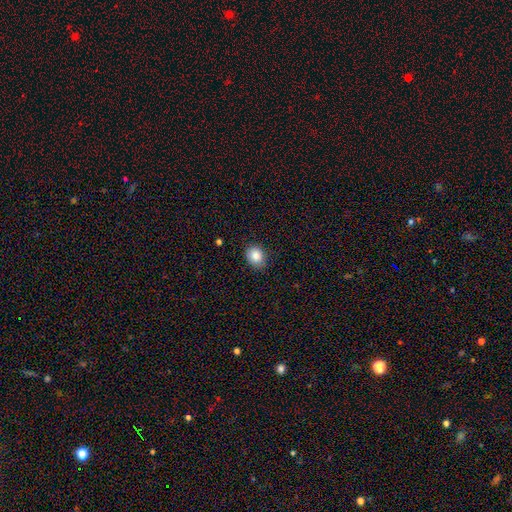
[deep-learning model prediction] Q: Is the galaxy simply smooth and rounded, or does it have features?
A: smooth — 84%.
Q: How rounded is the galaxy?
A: round — 60%.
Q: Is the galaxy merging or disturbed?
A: none — 85%.